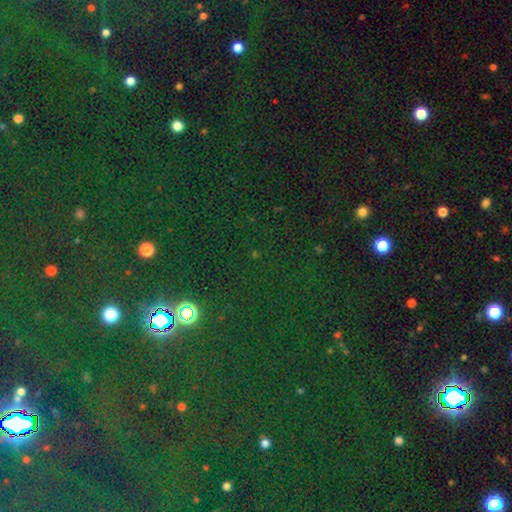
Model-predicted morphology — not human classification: type=star or artifact (79%).